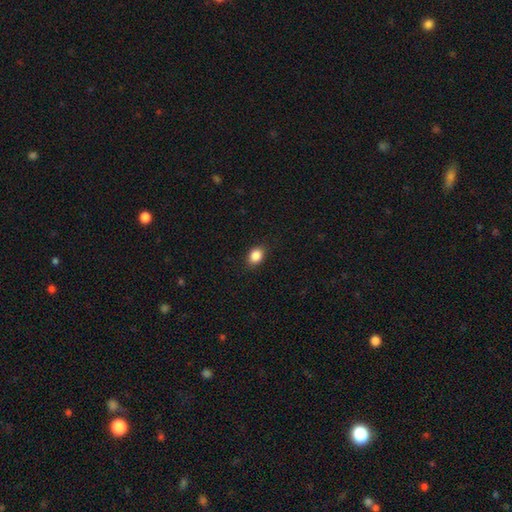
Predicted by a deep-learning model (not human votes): A smooth galaxy with no disk features (87%) that is in between round and cigar-shaped (67%).

Vote fractions:
- Smooth or featured? smooth: 87% / star or artifact: 9% / featured or disk: 4%
- How rounded? in between: 67% / round: 32% / cigar-shaped: 1%
- Merging? none: 88% / minor disturbance: 9% / major disturbance: 2% / merger: 1%